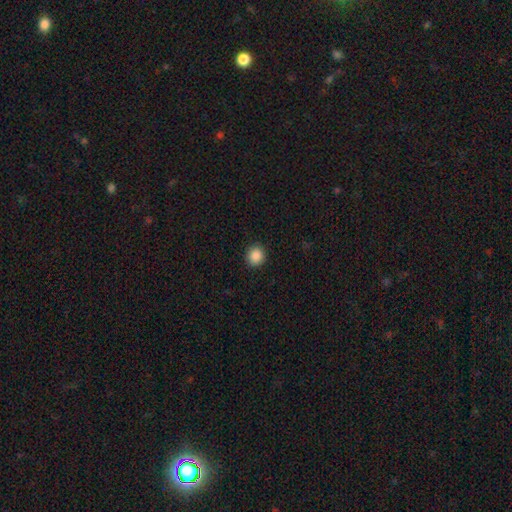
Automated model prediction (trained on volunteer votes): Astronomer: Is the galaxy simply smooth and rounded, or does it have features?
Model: smooth — 88%.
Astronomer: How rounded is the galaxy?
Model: round — 90%.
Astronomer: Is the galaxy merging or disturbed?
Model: none — 91%.